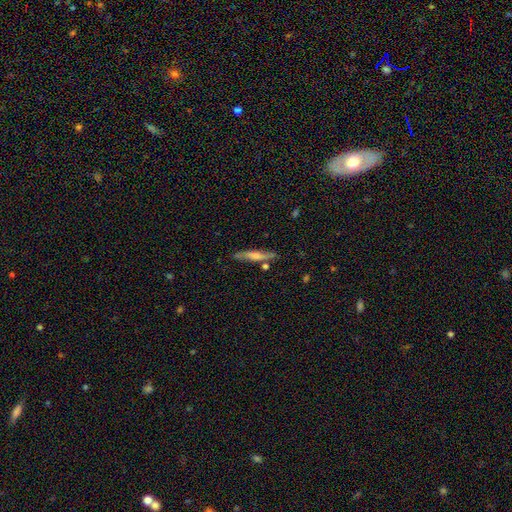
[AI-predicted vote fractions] This is possibly a smooth galaxy (54%). How rounded: clearly cigar-shaped (89%). Merging: likely none (76%).